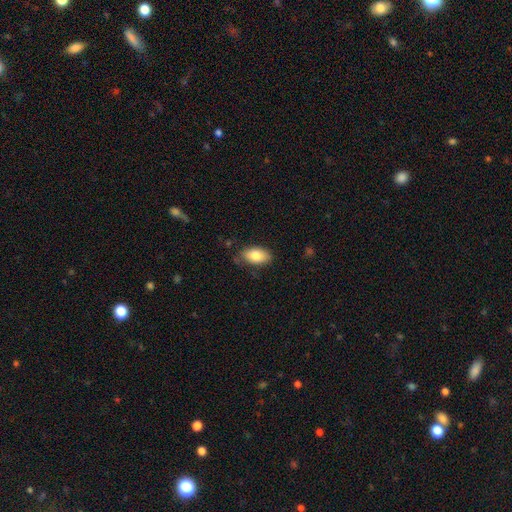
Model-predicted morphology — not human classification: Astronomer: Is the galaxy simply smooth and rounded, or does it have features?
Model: smooth — 81%.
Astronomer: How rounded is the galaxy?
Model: in between — 93%.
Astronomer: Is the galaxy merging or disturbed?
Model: none — 76%.